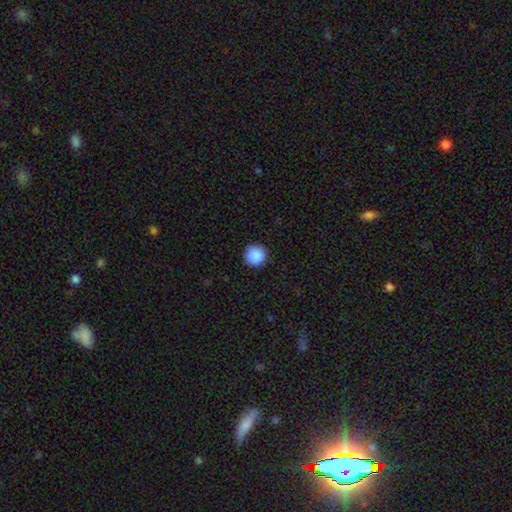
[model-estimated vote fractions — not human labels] Overall: smooth (89%). How rounded: round (96%). Merging: none (92%).